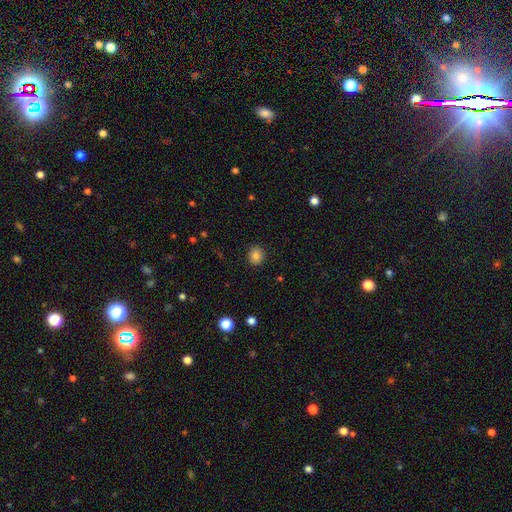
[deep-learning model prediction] A smooth galaxy with no disk features (83%) that is round (83%).

Vote fractions:
- Smooth or featured? smooth: 83% / star or artifact: 11% / featured or disk: 6%
- How rounded? round: 83% / in between: 16% / cigar-shaped: 1%
- Merging? none: 90% / minor disturbance: 7% / major disturbance: 2% / merger: 1%